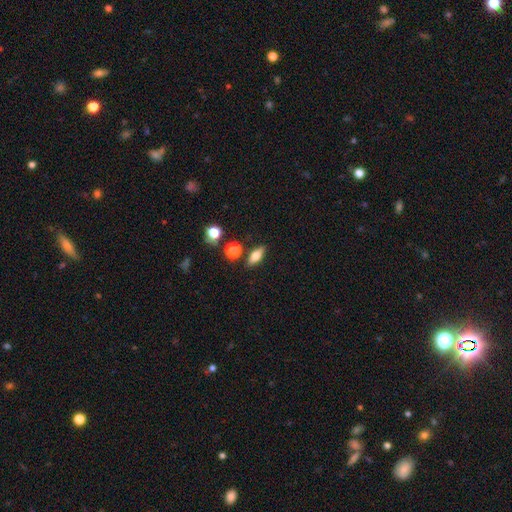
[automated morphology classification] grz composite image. It shows a smooth galaxy with no disk features (62%) that is in between round and cigar-shaped (65%). Merging: none (82%).